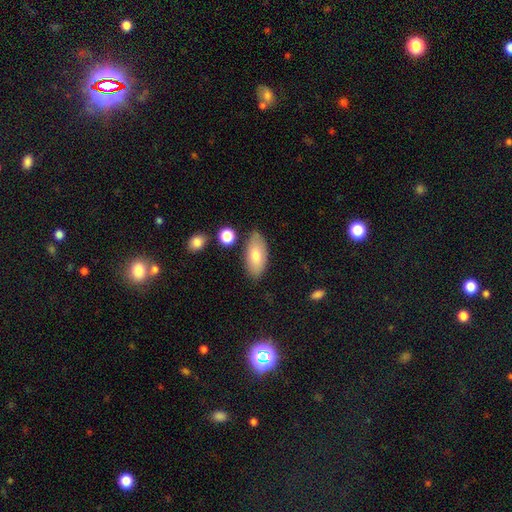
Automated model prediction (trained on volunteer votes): Morphology: type=smooth (74%); roundness=in between (90%); merging=none (79%).